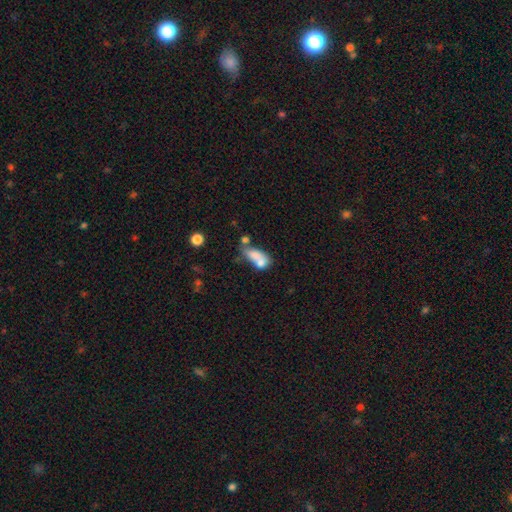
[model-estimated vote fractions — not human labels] A smooth galaxy with no disk features (71%) that is in between round and cigar-shaped (77%). Merging: merger (50%).